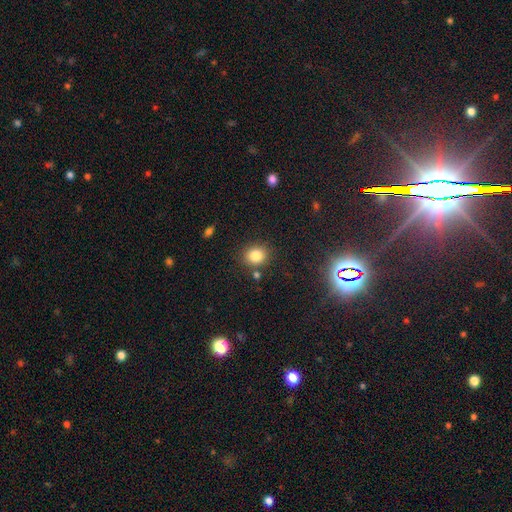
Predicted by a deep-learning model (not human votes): Morphology: type=smooth (83%); roundness=round (73%); merging=none (81%).